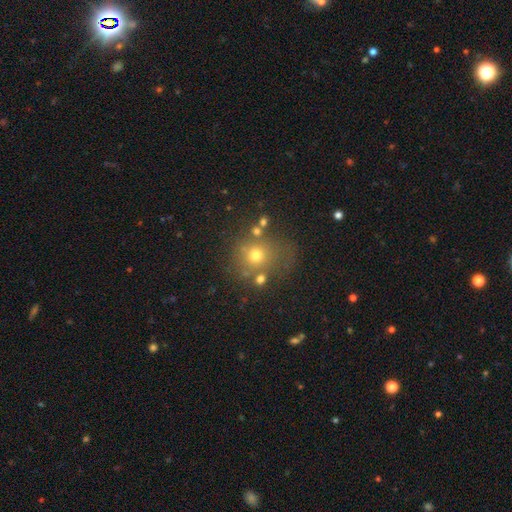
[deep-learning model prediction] Overall: smooth (65%). How rounded: round (82%). Merging: none (67%).